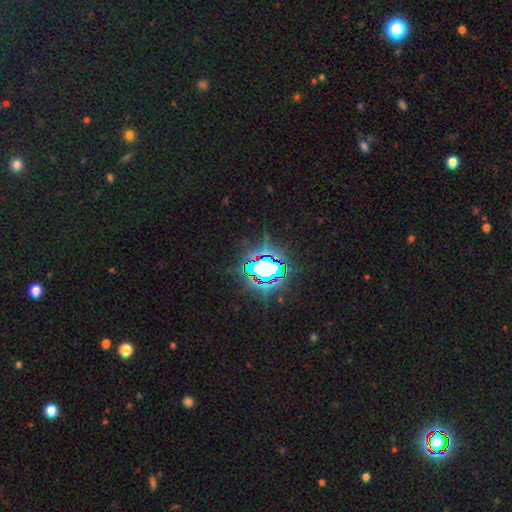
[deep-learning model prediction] smooth-or-featured: star or artifact: 78% | smooth: 12% | featured or disk: 10%